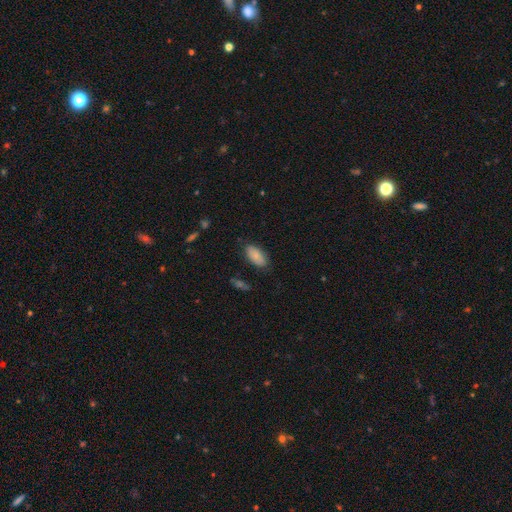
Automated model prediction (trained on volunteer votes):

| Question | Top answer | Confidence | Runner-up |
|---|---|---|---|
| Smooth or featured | smooth | 84% | featured or disk (9%) |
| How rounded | in between | 93% | cigar-shaped (4%) |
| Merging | none | 79% | minor disturbance (16%) |